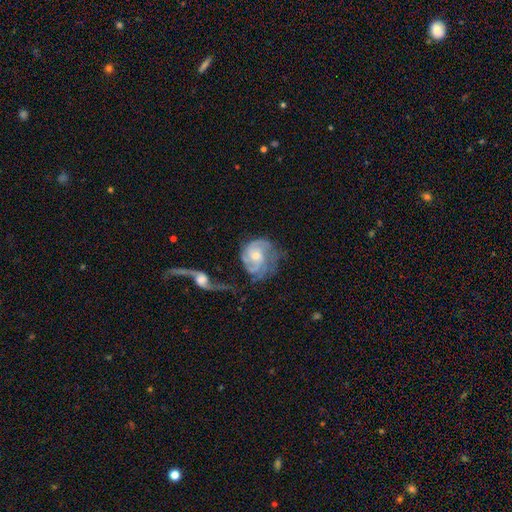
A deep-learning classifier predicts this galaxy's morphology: Q: Smooth or featured?
A: featured or disk (83%); runner-up: smooth (12%)
Q: Edge-on disk?
A: no (98%); runner-up: yes (2%)
Q: Bar?
A: no (72%); runner-up: weak (24%)
Q: Spiral arms?
A: yes (94%); runner-up: no (6%)
Q: Spiral winding?
A: tight (44%); runner-up: medium (40%)
Q: Spiral arm count?
A: 2 (35%); runner-up: 3 (27%)
Q: Bulge size?
A: moderate (49%); runner-up: small (46%)
Q: Merging?
A: none (43%); runner-up: minor disturbance (23%)